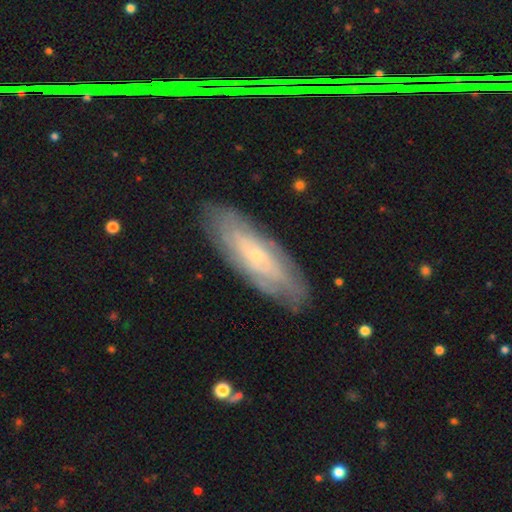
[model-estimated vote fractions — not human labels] smooth-or-featured: featured or disk: 67% | smooth: 27% | star or artifact: 7%
  disk-edge-on: no: 78% | yes: 22%
    bar: no: 75% | weak: 20% | strong: 5%
    has-spiral-arms: yes: 80% | no: 20%
    bulge-size: small: 78% | moderate: 17% | none: 3% | large: 1% | dominant: 1%
  merging: none: 81% | minor disturbance: 14% | major disturbance: 3% | merger: 1%